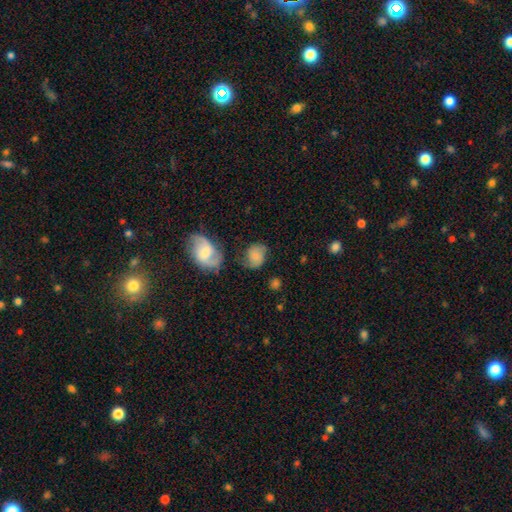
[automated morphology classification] A smooth galaxy with no disk features (53%) that is round (50%).

Vote fractions:
- Smooth or featured? smooth: 53% / featured or disk: 37% / star or artifact: 9%
- How rounded? round: 50% / in between: 48% / cigar-shaped: 1%
- Merging? none: 56% / minor disturbance: 23% / merger: 11% / major disturbance: 10%